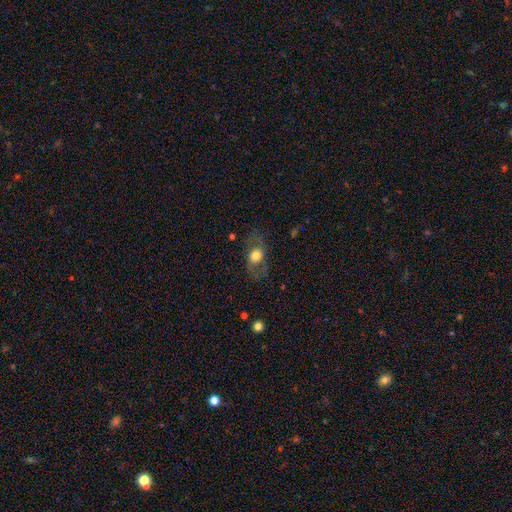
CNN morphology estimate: A smooth galaxy with no disk features (54%) that is in between round and cigar-shaped (55%). Merging: none (67%).